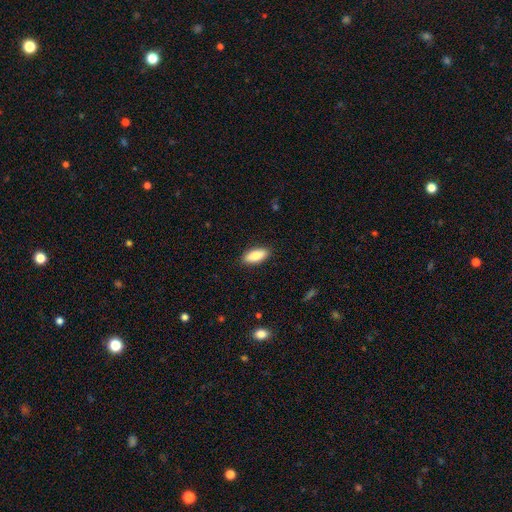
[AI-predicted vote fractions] A smooth galaxy with no disk features (84%) that is in between round and cigar-shaped (85%).

Vote fractions:
- Smooth or featured? smooth: 84% / featured or disk: 9% / star or artifact: 6%
- How rounded? in between: 85% / cigar-shaped: 13% / round: 2%
- Merging? none: 89% / minor disturbance: 8% / major disturbance: 2% / merger: 1%